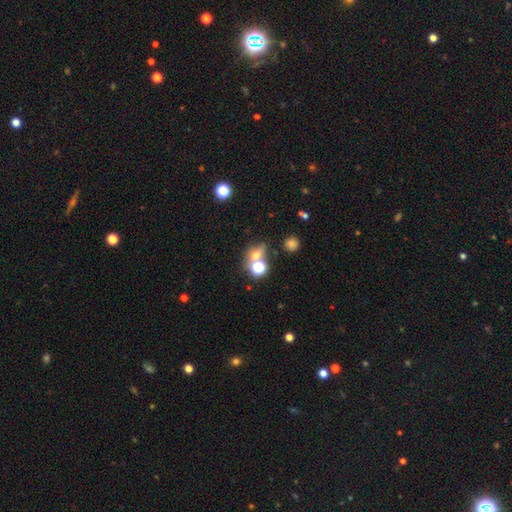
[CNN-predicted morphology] smooth 55%, star or artifact 30%, featured or disk 15%. Down the decision tree: how rounded — round (60%); merging — none (50%).